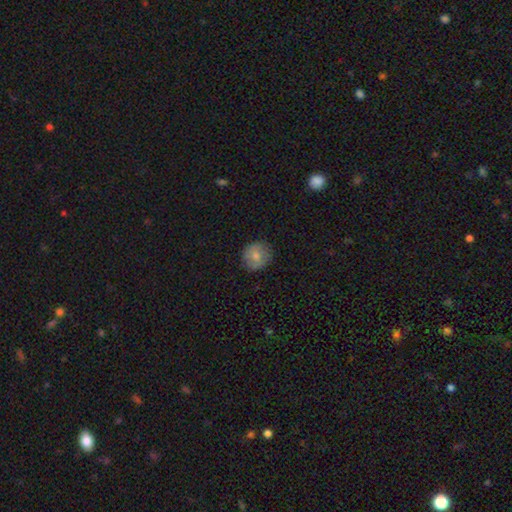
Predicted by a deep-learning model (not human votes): Q: Smooth or featured?
A: smooth (72%); runner-up: featured or disk (20%)
Q: How rounded?
A: round (86%); runner-up: in between (13%)
Q: Merging?
A: none (84%); runner-up: minor disturbance (12%)